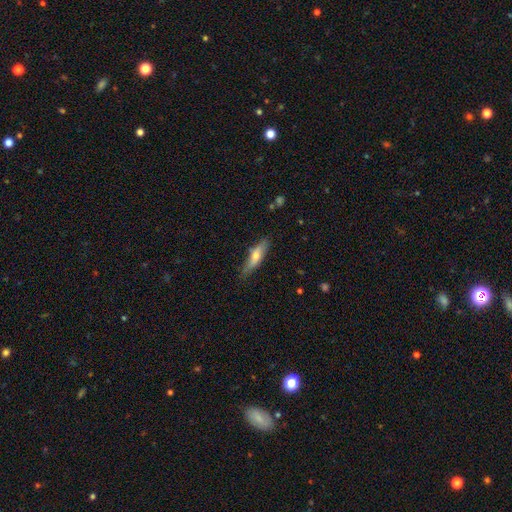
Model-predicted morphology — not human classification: Smooth or featured: smooth — 58% (featured or disk — 36%)
How rounded: cigar-shaped — 71% (in between — 26%)
Merging: none — 75% (minor disturbance — 19%)